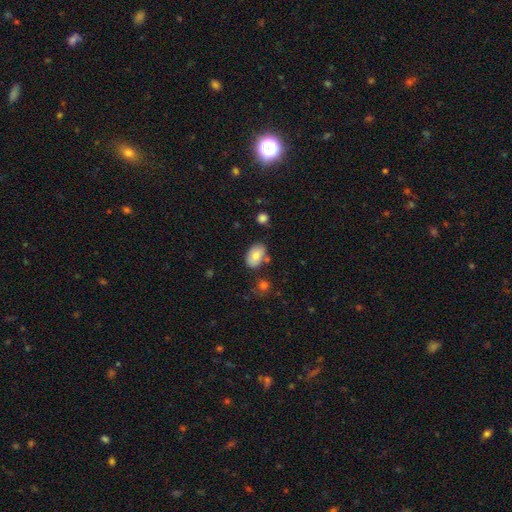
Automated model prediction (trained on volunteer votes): Overall: smooth (75%). How rounded: in between (87%). Merging: none (72%).